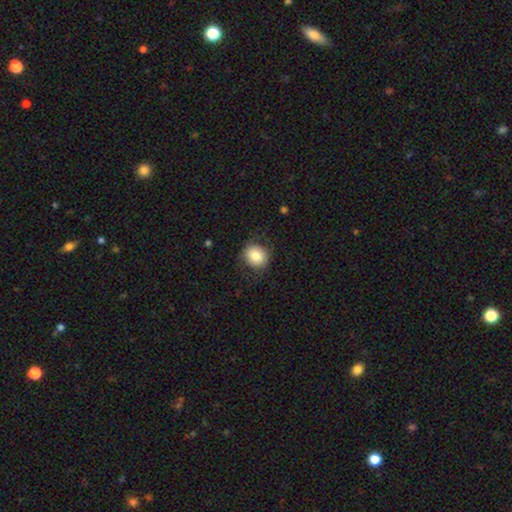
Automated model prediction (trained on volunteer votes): Overall: smooth (81%). How rounded: round (81%). Merging: none (77%).